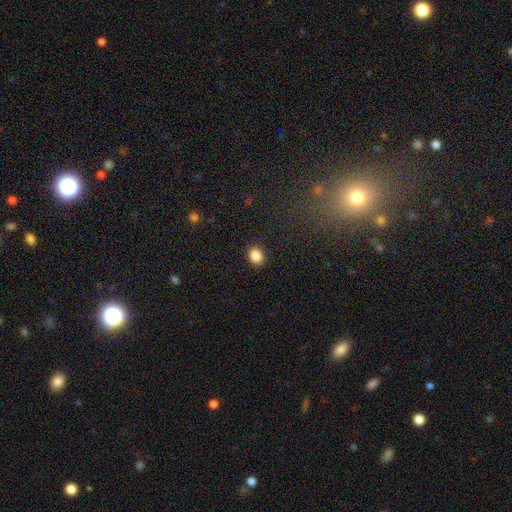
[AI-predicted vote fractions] smooth_or_featured: smooth (p=0.87) [alt: star or artifact p=0.09]
how_rounded: round (p=0.56) [alt: in between p=0.43]
merging: none (p=0.91) [alt: minor disturbance p=0.06]